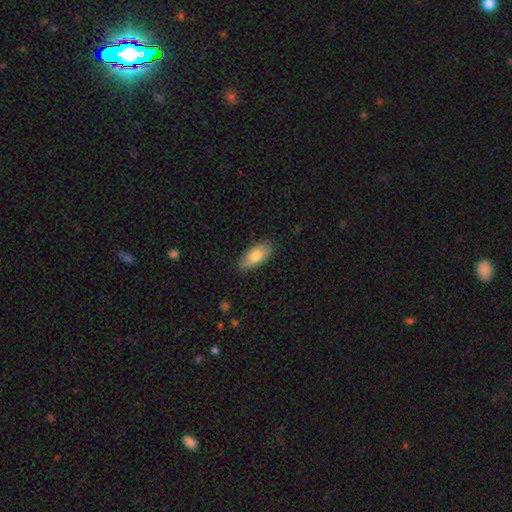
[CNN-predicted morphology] The model was most divided on "smooth or featured": smooth: 80%, featured or disk: 14%, star or artifact: 6%. More confident: how rounded — in between (86%); merging — none (82%).